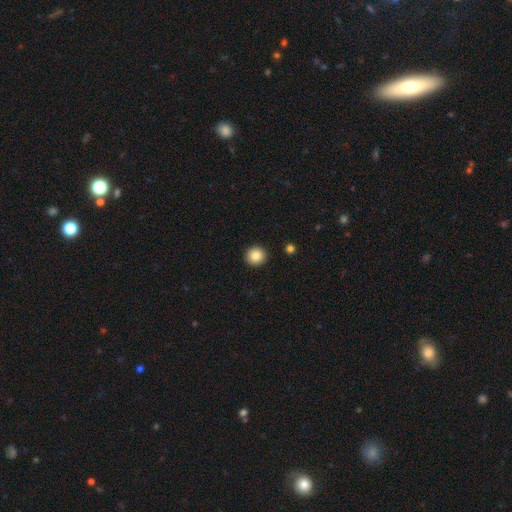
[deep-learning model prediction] The model was most divided on "smooth or featured": smooth: 85%, star or artifact: 9%, featured or disk: 6%. More confident: merging — none (93%); how rounded — round (93%).